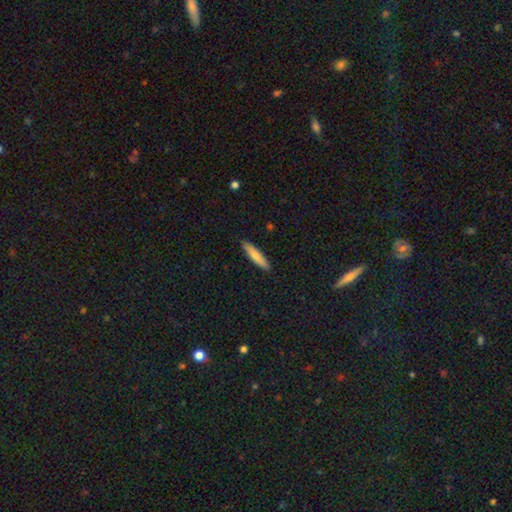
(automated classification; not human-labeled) smooth_or_featured: smooth (p=0.76) [alt: featured or disk p=0.18]
how_rounded: cigar-shaped (p=0.83) [alt: in between p=0.15]
merging: none (p=0.90) [alt: minor disturbance p=0.07]